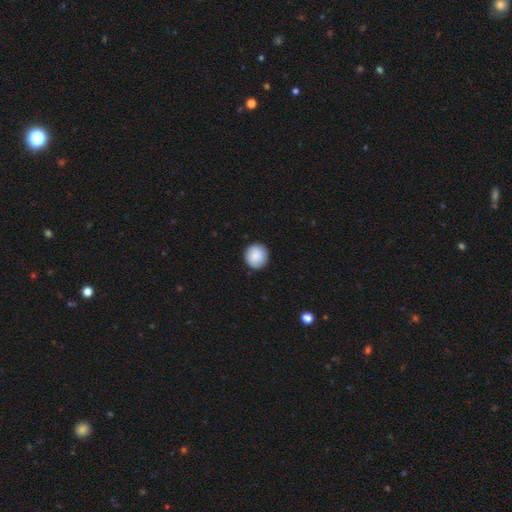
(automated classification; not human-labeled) A smooth galaxy with no disk features (87%) that is round (94%). Merging: none (90%).